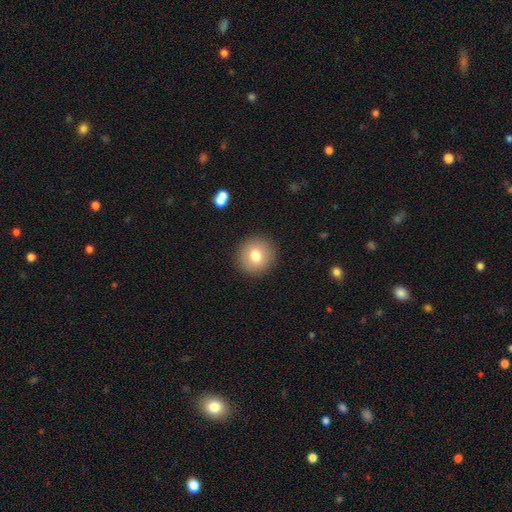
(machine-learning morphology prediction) Smooth or featured: smooth — 79% (featured or disk — 12%)
How rounded: round — 90% (in between — 9%)
Merging: none — 90% (minor disturbance — 6%)